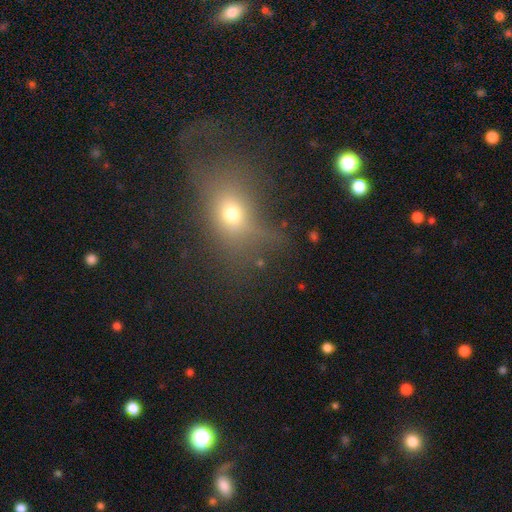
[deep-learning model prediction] This is possibly a smooth galaxy (51%). How rounded: possibly in between (54%). Merging: possibly none (46%).